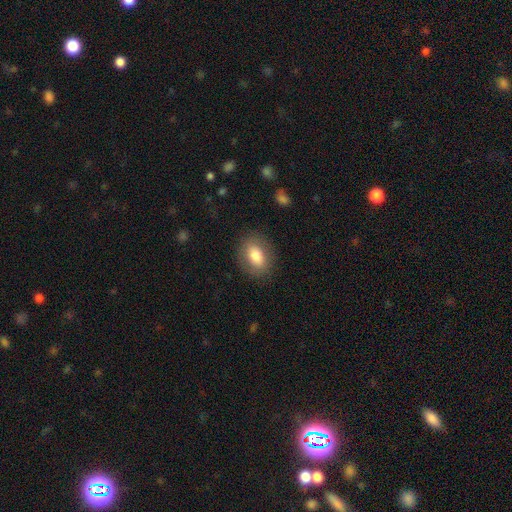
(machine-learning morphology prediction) This appears to be a smooth galaxy with no disk features (78%) that is in between round and cigar-shaped (79%). Merging: none (84%).